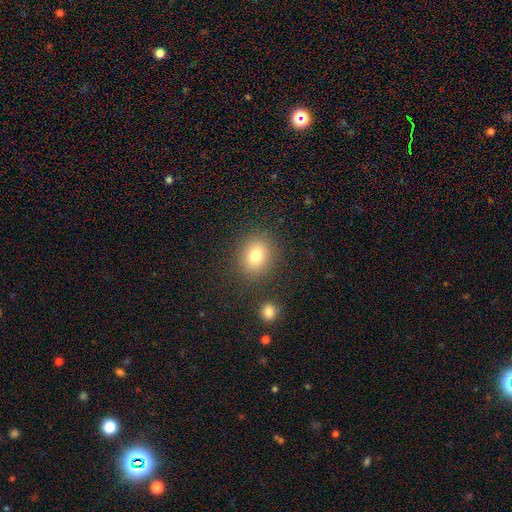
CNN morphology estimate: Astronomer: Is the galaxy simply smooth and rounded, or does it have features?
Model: smooth — 77%.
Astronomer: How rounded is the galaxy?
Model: round — 71%.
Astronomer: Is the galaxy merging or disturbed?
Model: none — 84%.